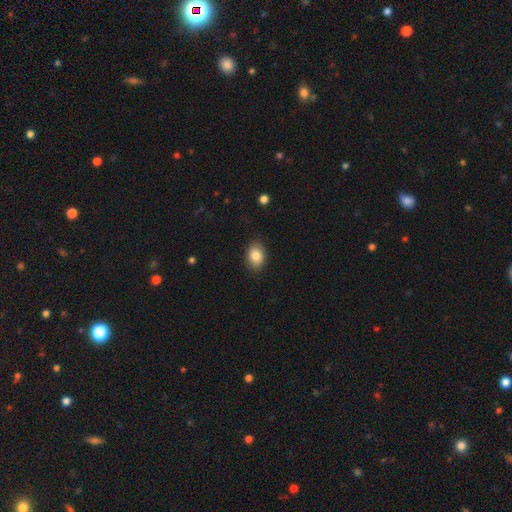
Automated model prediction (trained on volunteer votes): This is clearly a smooth galaxy (85%). How rounded: likely in between (80%). Merging: clearly none (86%).